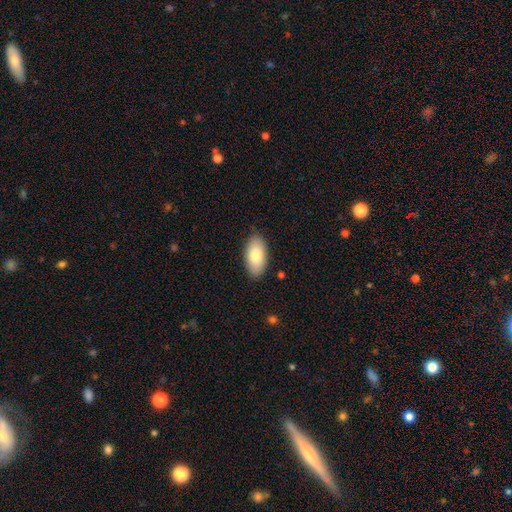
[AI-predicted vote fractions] Morphology: type=smooth (79%); roundness=in between (94%); merging=none (86%).